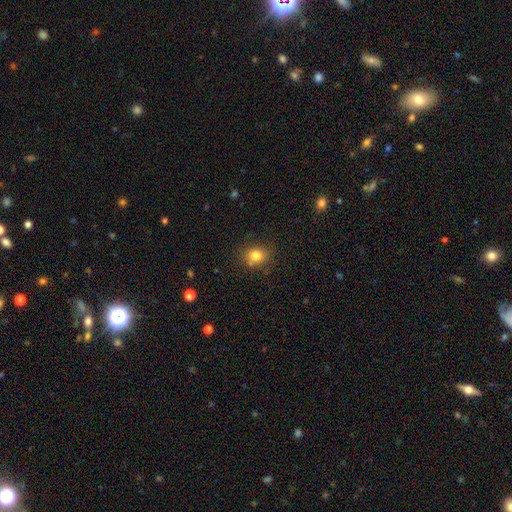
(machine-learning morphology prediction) smooth-or-featured: smooth: 81% | star or artifact: 12% | featured or disk: 7%
  how-rounded: round: 65% | in between: 34% | cigar-shaped: 1%
  merging: none: 78% | minor disturbance: 13% | merger: 5% | major disturbance: 4%